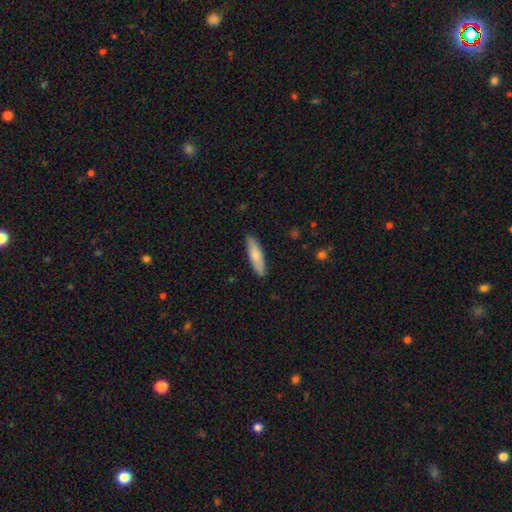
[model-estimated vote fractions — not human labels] Smooth or featured? smooth (74%)
How rounded? cigar-shaped (67%)
Merging? none (88%)